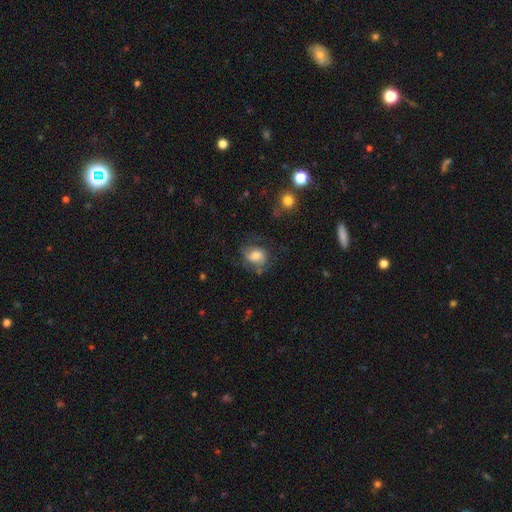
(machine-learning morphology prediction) Smooth or featured: smooth — 63% (featured or disk — 27%)
How rounded: in between — 55% (round — 44%)
Merging: none — 53% (minor disturbance — 25%)